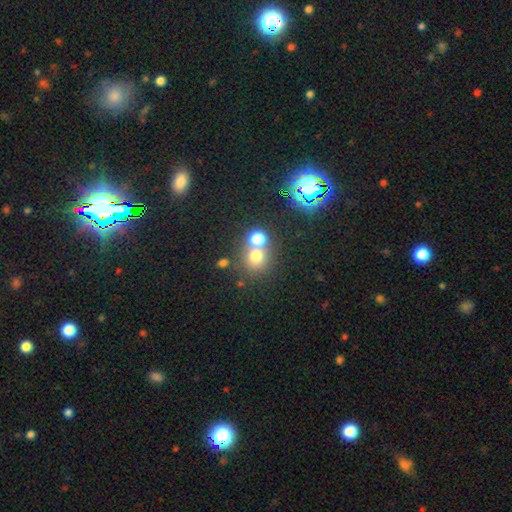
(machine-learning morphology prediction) smooth-or-featured: smooth: 70% | star or artifact: 19% | featured or disk: 11%
  how-rounded: round: 84% | in between: 15% | cigar-shaped: 1%
  merging: none: 47% | merger: 42% | minor disturbance: 7% | major disturbance: 4%